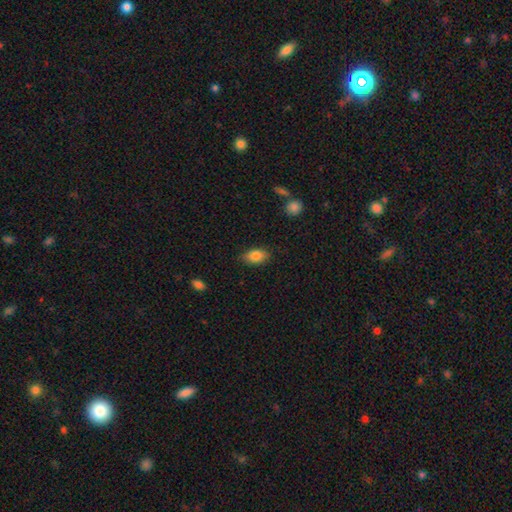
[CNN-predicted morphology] smooth_or_featured: smooth (p=0.83) [alt: featured or disk p=0.09]
how_rounded: in between (p=0.89) [alt: round p=0.08]
merging: none (p=0.84) [alt: minor disturbance p=0.13]